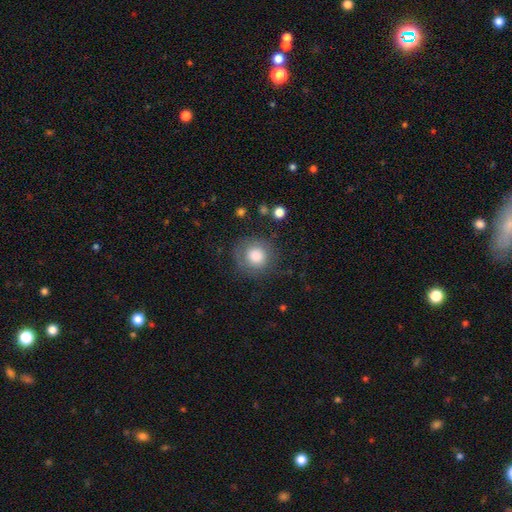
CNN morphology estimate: smooth-or-featured: smooth: 80% | featured or disk: 11% | star or artifact: 9%
  how-rounded: round: 89% | in between: 10% | cigar-shaped: 1%
  merging: none: 75% | minor disturbance: 15% | major disturbance: 8% | merger: 2%